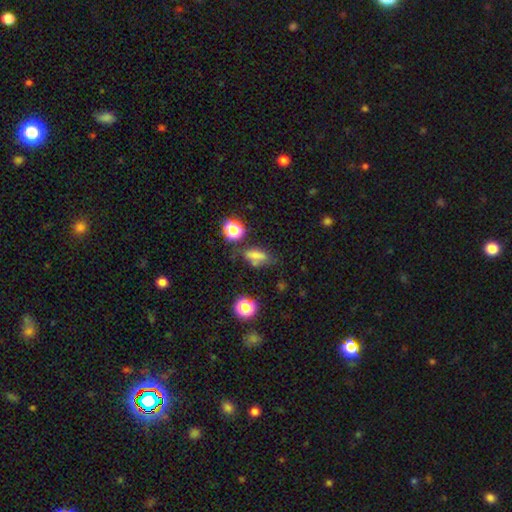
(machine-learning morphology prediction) This is likely a smooth galaxy (69%). How rounded: likely in between (63%). Merging: possibly none (55%).